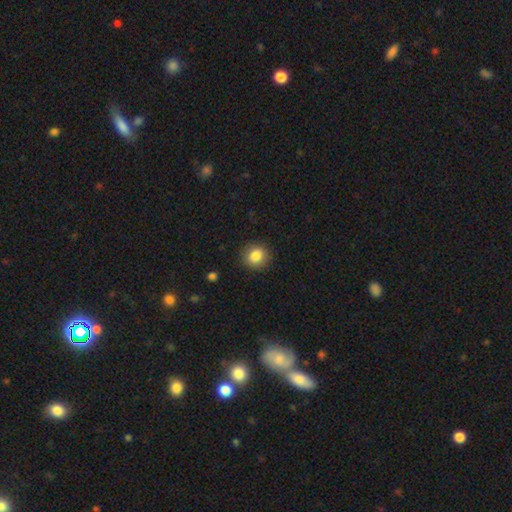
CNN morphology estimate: Smooth or featured? smooth (85%)
How rounded? round (80%)
Merging? none (89%)